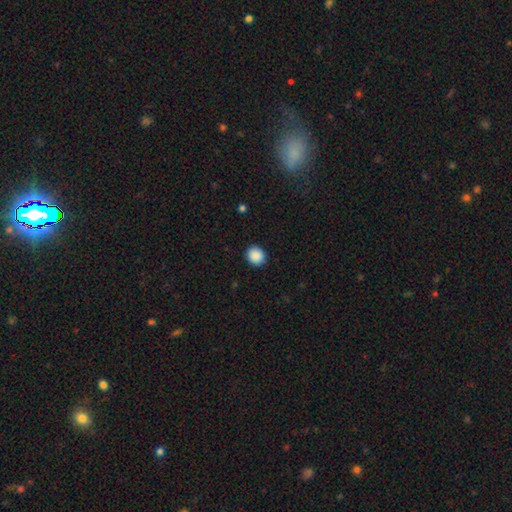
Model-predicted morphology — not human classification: Smooth or featured? Predicted: smooth (p=0.90). How rounded? Predicted: round (p=0.77). Merging? Predicted: none (p=0.89).